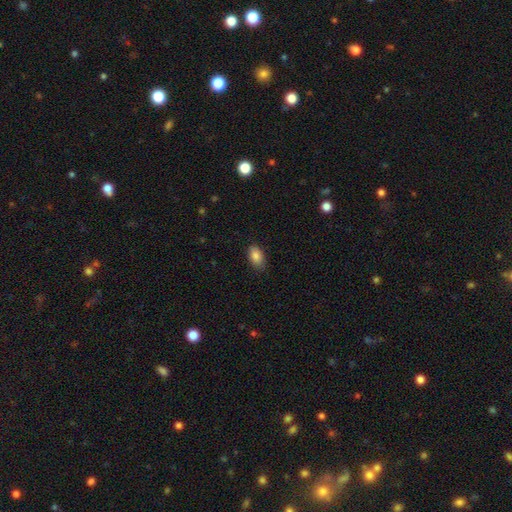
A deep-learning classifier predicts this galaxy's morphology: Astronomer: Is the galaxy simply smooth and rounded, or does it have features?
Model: smooth — 86%.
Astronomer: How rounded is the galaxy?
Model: in between — 91%.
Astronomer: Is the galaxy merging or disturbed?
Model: none — 82%.